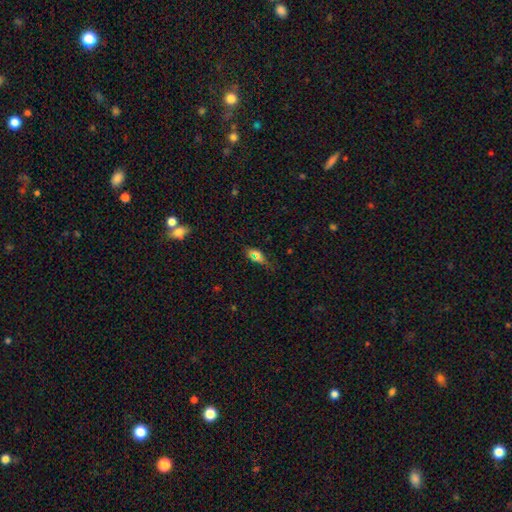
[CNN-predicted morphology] Smooth or featured?
  - smooth: 56% *
  - star or artifact: 28%
  - featured or disk: 15%
How rounded?
  - in between: 81% *
  - cigar-shaped: 11%
  - round: 8%
Merging?
  - none: 67% *
  - minor disturbance: 21%
  - major disturbance: 8%
  - merger: 3%